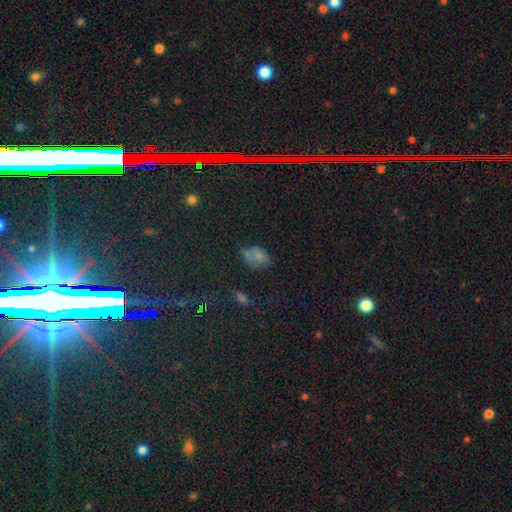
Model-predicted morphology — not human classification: Q: Smooth or featured?
A: smooth (61%); runner-up: star or artifact (24%)
Q: How rounded?
A: in between (75%); runner-up: round (23%)
Q: Merging?
A: none (47%); runner-up: minor disturbance (29%)